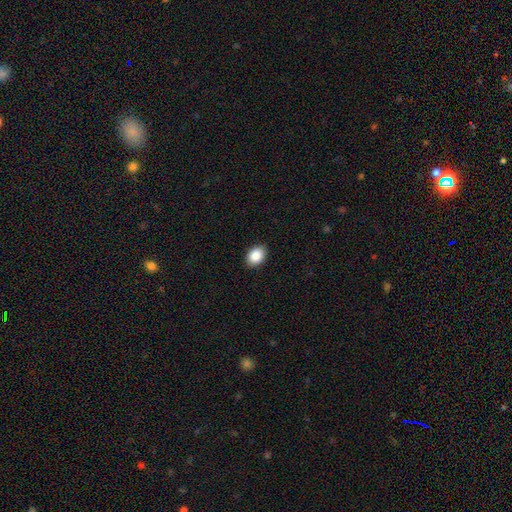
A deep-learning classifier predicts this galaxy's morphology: A smooth galaxy with no disk features (89%) that is in between round and cigar-shaped (76%).

Vote fractions:
- Smooth or featured? smooth: 89% / star or artifact: 7% / featured or disk: 4%
- How rounded? in between: 76% / round: 23% / cigar-shaped: 1%
- Merging? none: 89% / minor disturbance: 8% / major disturbance: 2% / merger: 1%